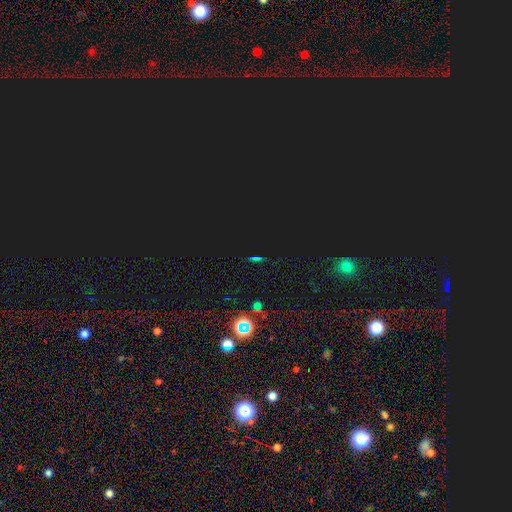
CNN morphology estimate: star or artifact 66%, smooth 23%, featured or disk 11%.